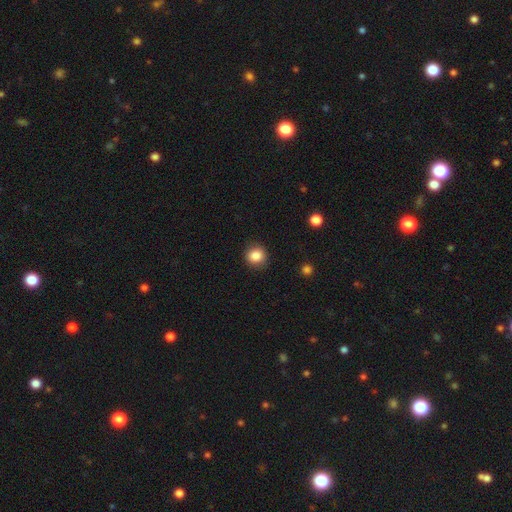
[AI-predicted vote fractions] Q: Smooth or featured?
A: smooth (86%); runner-up: star or artifact (10%)
Q: How rounded?
A: round (87%); runner-up: in between (13%)
Q: Merging?
A: none (88%); runner-up: minor disturbance (8%)